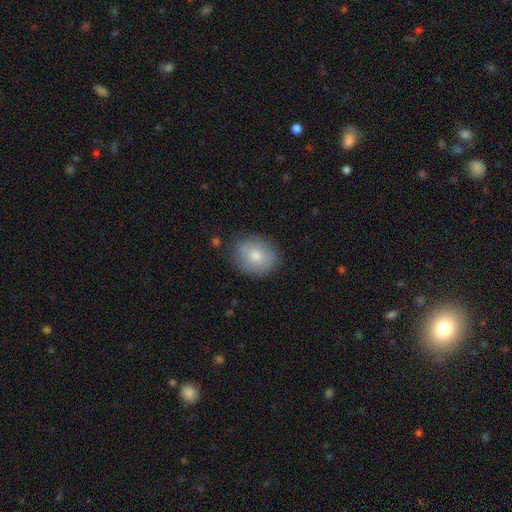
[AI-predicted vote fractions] A smooth galaxy with no disk features (76%) that is round (50%).

Vote fractions:
- Smooth or featured? smooth: 76% / featured or disk: 17% / star or artifact: 7%
- How rounded? round: 50% / in between: 49% / cigar-shaped: 1%
- Merging? none: 82% / minor disturbance: 13% / major disturbance: 3% / merger: 1%